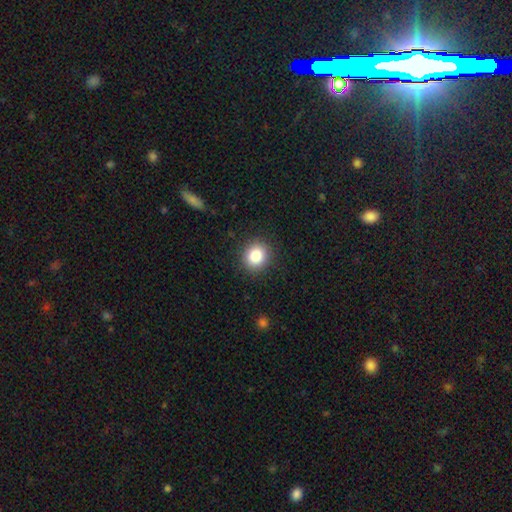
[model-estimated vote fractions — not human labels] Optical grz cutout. It shows a smooth galaxy with no disk features (85%) that is round (79%). Merging: none (89%).